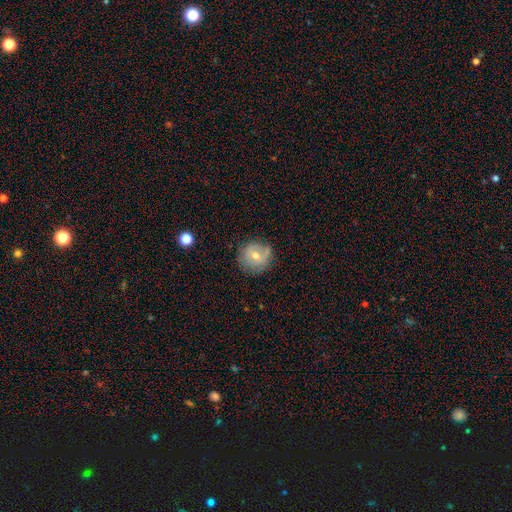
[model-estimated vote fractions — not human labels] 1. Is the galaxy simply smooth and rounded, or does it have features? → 57% smooth, 34% featured or disk, 9% star or artifact.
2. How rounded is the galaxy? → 85% round, 14% in between, 1% cigar-shaped.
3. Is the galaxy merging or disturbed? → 69% none, 22% minor disturbance, 7% major disturbance, 2% merger.